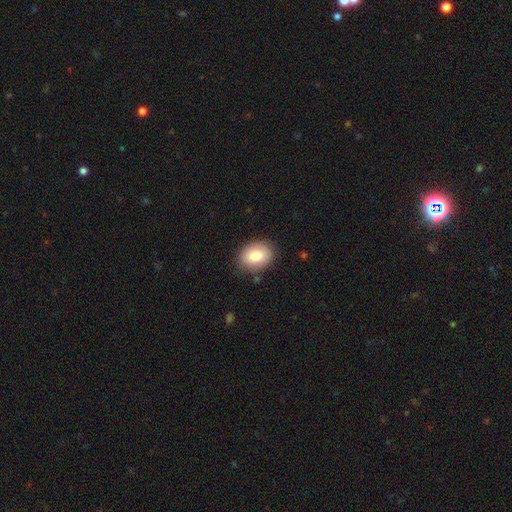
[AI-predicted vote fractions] Smooth or featured?
  - smooth: 81% *
  - featured or disk: 12%
  - star or artifact: 7%
How rounded?
  - in between: 69% *
  - round: 30%
  - cigar-shaped: 1%
Merging?
  - none: 84% *
  - minor disturbance: 12%
  - major disturbance: 3%
  - merger: 1%